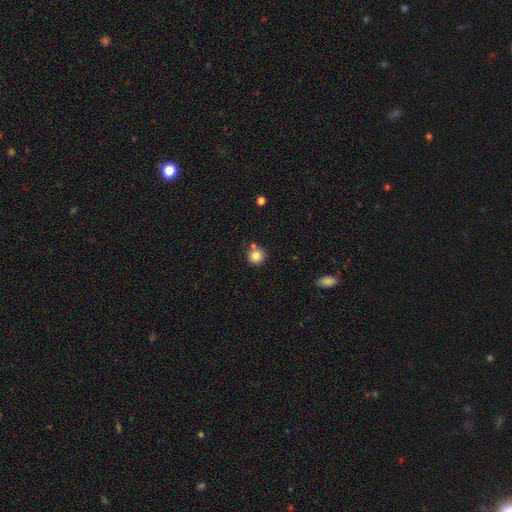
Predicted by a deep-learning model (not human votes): A smooth galaxy with no disk features (83%) that is round (94%).

Vote fractions:
- Smooth or featured? smooth: 83% / star or artifact: 10% / featured or disk: 7%
- How rounded? round: 94% / in between: 5% / cigar-shaped: 1%
- Merging? none: 77% / merger: 11% / minor disturbance: 10% / major disturbance: 3%